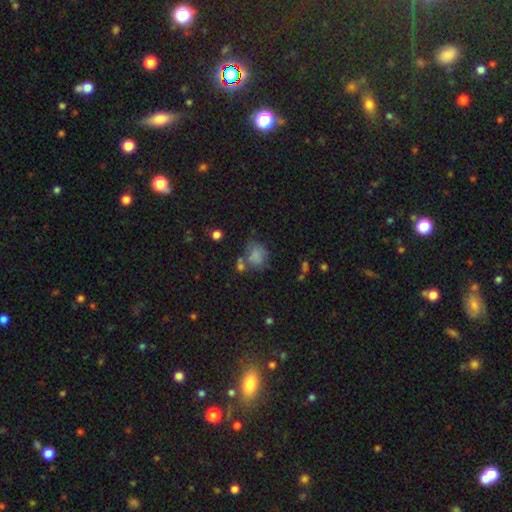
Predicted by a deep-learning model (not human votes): Overall: smooth (70%). How rounded: round (53%; in between 46%). Merging: none (41%; minor disturbance 24%).